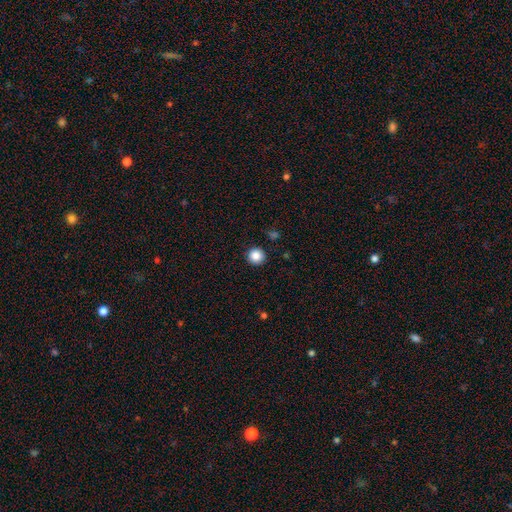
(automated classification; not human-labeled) A smooth galaxy with no disk features (86%) that is round (95%). Merging: none (92%).